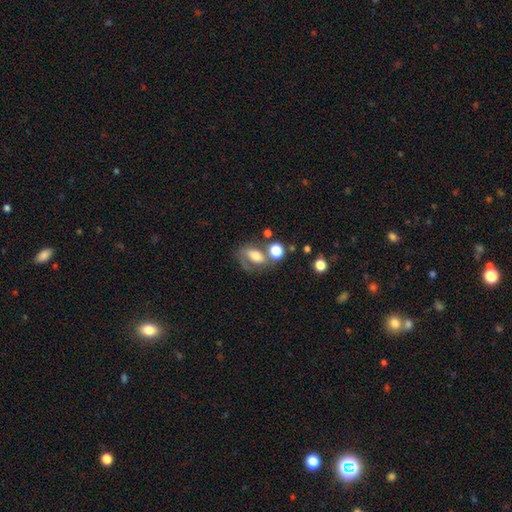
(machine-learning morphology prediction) Smooth or featured? Predicted: smooth (p=0.51). How rounded? Predicted: in between (p=0.74). Merging? Predicted: none (p=0.38).